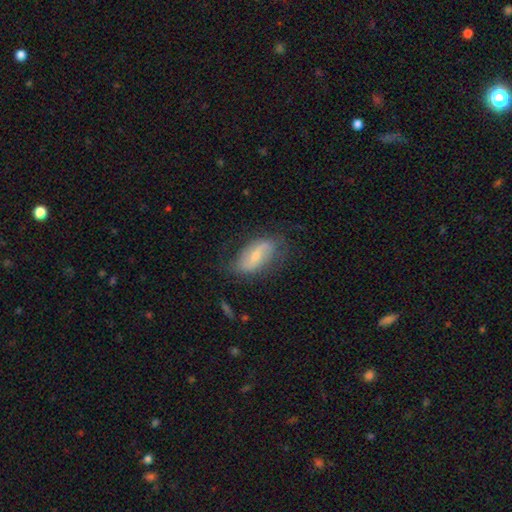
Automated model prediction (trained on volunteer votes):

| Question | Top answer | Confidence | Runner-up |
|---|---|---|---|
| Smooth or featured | featured or disk | 62% | smooth (31%) |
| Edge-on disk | no | 92% | yes (8%) |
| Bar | weak | 42% | strong (35%) |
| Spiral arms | yes | 80% | no (20%) |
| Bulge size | small | 57% | moderate (35%) |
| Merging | none | 68% | minor disturbance (22%) |